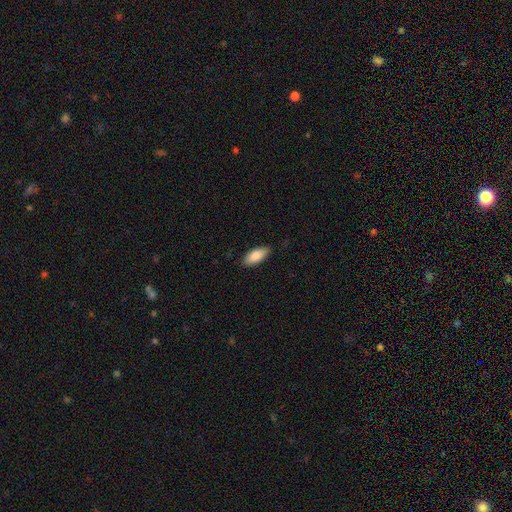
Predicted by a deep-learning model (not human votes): Q: Smooth or featured?
A: smooth (87%); runner-up: featured or disk (7%)
Q: How rounded?
A: in between (85%); runner-up: cigar-shaped (13%)
Q: Merging?
A: none (83%); runner-up: minor disturbance (14%)